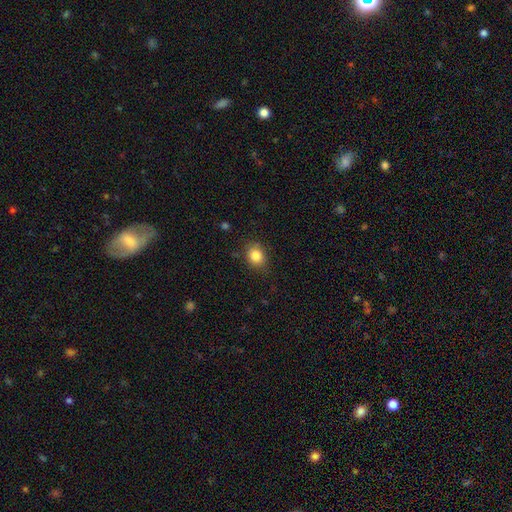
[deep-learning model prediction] smooth-or-featured: smooth: 84% | star or artifact: 10% | featured or disk: 6%
  how-rounded: round: 56% | in between: 43% | cigar-shaped: 1%
  merging: none: 81% | minor disturbance: 14% | major disturbance: 3% | merger: 1%